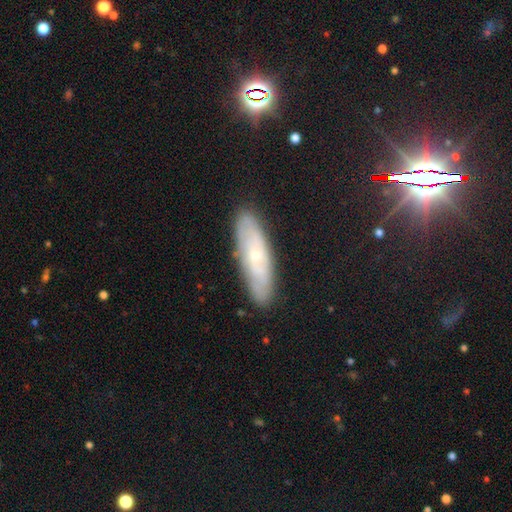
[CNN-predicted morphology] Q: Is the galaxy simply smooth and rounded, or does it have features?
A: featured or disk — 54%.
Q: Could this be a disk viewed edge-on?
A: no — 65%.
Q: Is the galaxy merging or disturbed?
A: none — 86%.